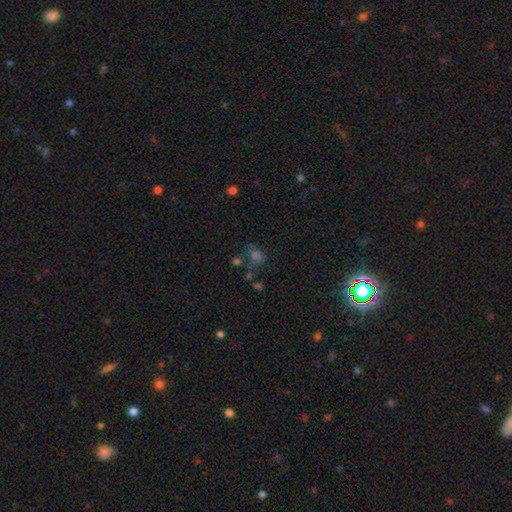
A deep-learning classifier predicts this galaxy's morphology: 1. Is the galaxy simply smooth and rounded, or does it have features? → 46% star or artifact, 39% smooth, 15% featured or disk.